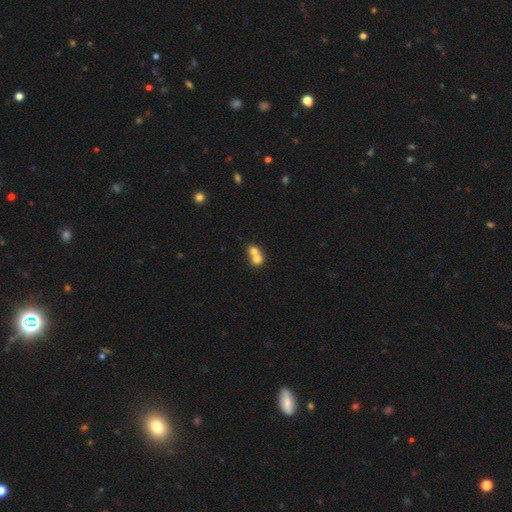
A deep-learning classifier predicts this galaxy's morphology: The model was most divided on "how rounded": round: 72%, in between: 27%, cigar-shaped: 1%. More confident: smooth or featured — smooth (72%); merging — merger (71%).